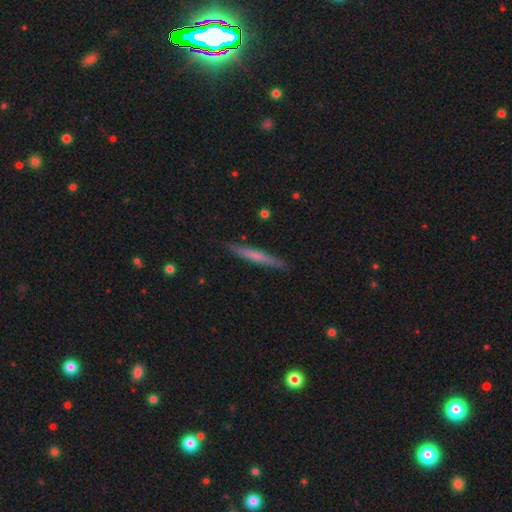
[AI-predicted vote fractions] This is possibly a smooth galaxy (53%). How rounded: clearly cigar-shaped (95%). Merging: clearly none (89%).